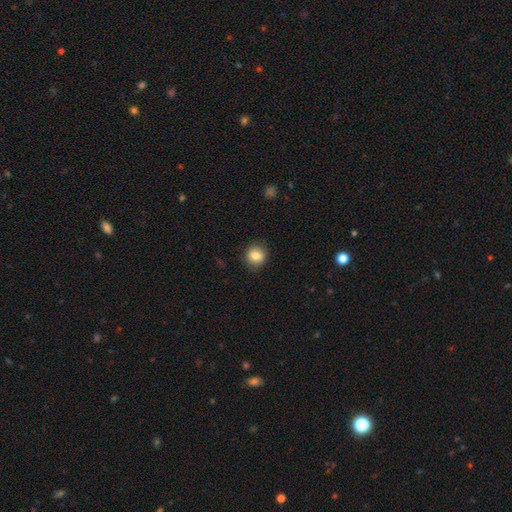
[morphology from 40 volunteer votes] Smooth or featured? smooth (85%)
How rounded? round (91%)
Merging? none (89%)